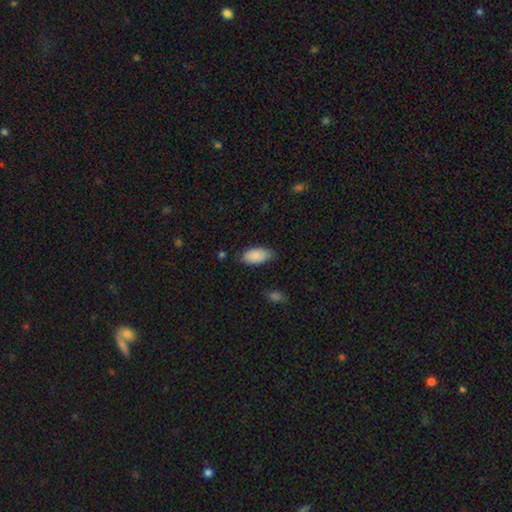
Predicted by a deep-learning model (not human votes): The model was most divided on "merging": none: 67%, minor disturbance: 26%, major disturbance: 5%, merger: 2%. More confident: how rounded — in between (93%); smooth or featured — smooth (88%).